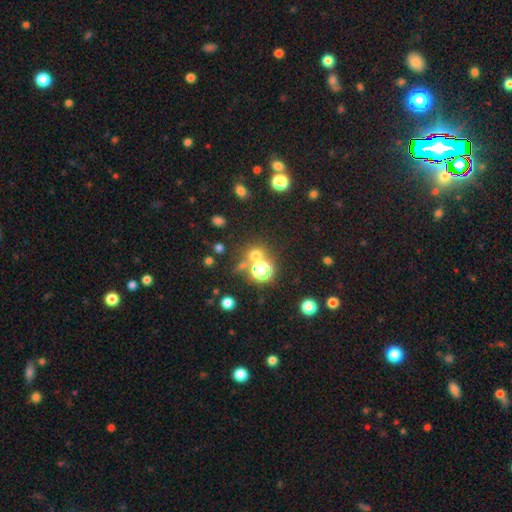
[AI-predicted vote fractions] Overall: smooth (47%; star or artifact 44%). Merging: none (70%).